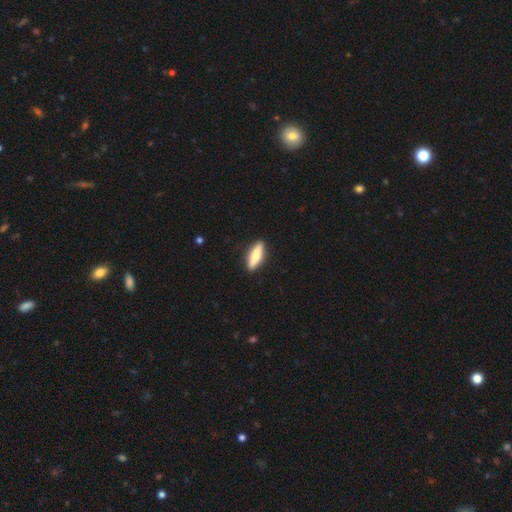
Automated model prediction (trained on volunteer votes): Morphology: type=smooth (66%); roundness=cigar-shaped (56%); merging=none (90%).